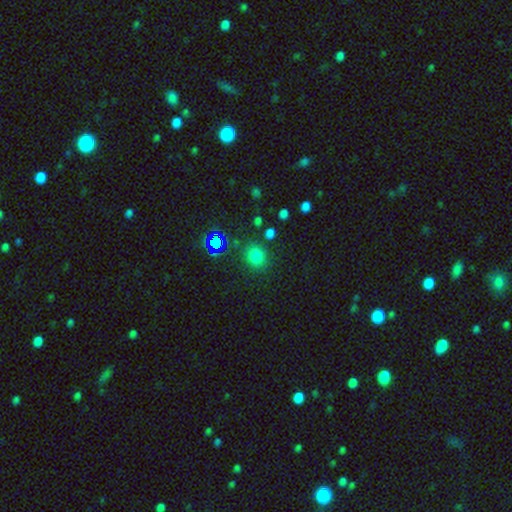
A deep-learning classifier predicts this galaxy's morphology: Smooth or featured: smooth — 72% (star or artifact — 23%)
How rounded: round — 75% (in between — 24%)
Merging: none — 78% (minor disturbance — 12%)